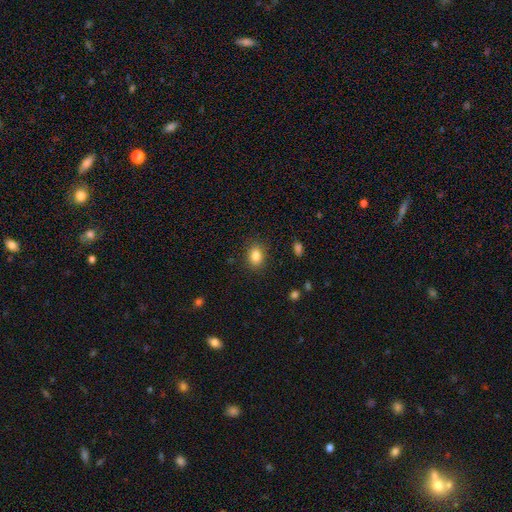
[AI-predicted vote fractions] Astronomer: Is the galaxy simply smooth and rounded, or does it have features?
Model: smooth — 84%.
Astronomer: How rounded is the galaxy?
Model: in between — 65%.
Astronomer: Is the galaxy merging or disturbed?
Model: none — 86%.